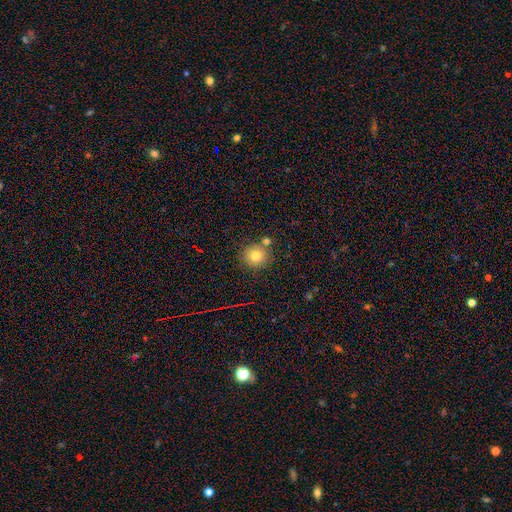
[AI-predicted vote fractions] smooth 76%, star or artifact 13%, featured or disk 11%. Down the decision tree: how rounded — round (90%); merging — none (76%).